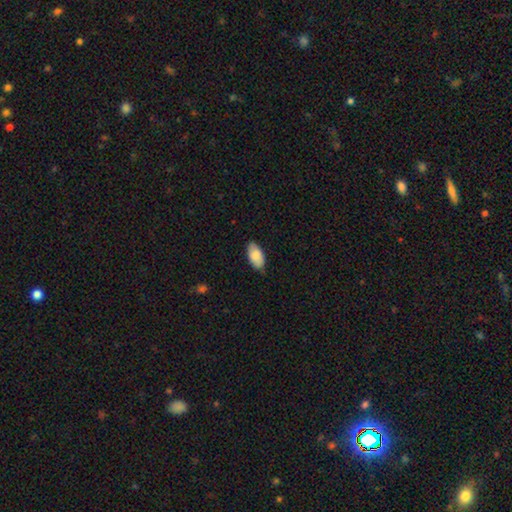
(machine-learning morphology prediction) This appears to be a smooth galaxy with no disk features (79%) that is in between round and cigar-shaped (95%). Merging: none (82%).